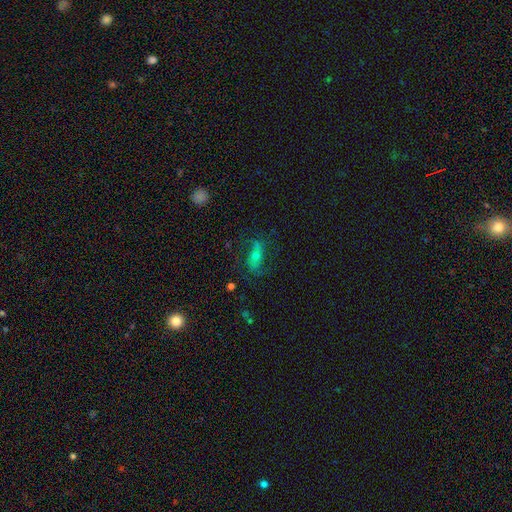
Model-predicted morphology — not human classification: Smooth or featured? Predicted: featured or disk (p=0.58). Edge-on disk? Predicted: no (p=0.87). Bar? Predicted: no (p=0.48). Spiral arms? Predicted: yes (p=0.82). Bulge size? Predicted: moderate (p=0.47). Merging? Predicted: none (p=0.68).